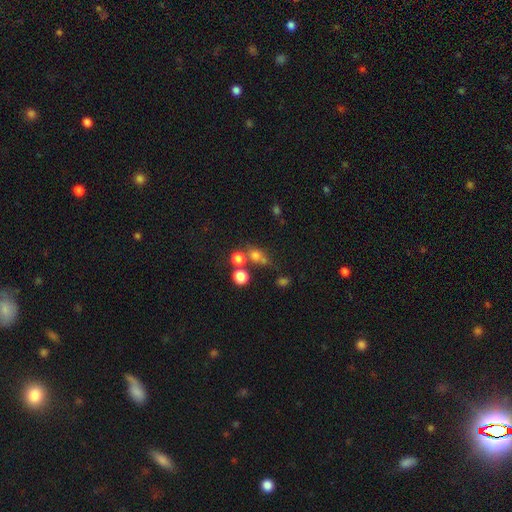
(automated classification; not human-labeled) Morphology: type=smooth (66%); roundness=round (66%); merging=none (50%).